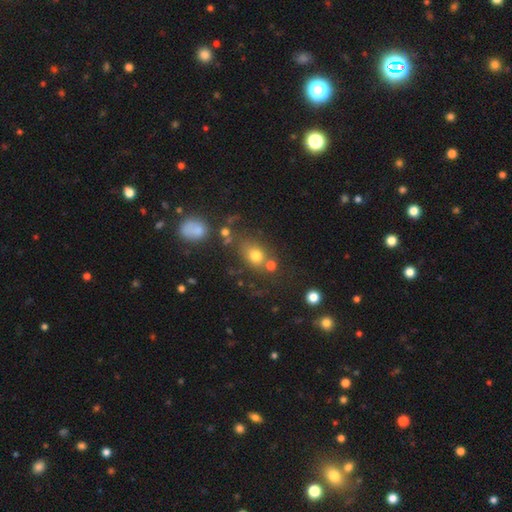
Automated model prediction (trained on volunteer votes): Morphology: type=smooth (72%); roundness=round (53%); merging=none (61%).